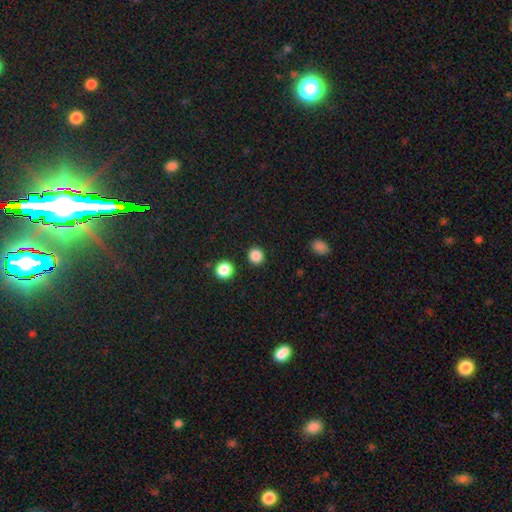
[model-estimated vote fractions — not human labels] Smooth or featured? smooth (86%)
How rounded? round (91%)
Merging? none (91%)